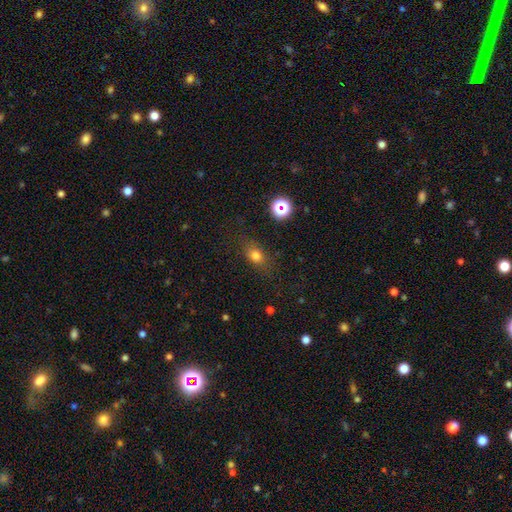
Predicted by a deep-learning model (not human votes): Smooth or featured: smooth — 73% (star or artifact — 16%)
How rounded: in between — 60% (round — 34%)
Merging: none — 76% (minor disturbance — 16%)